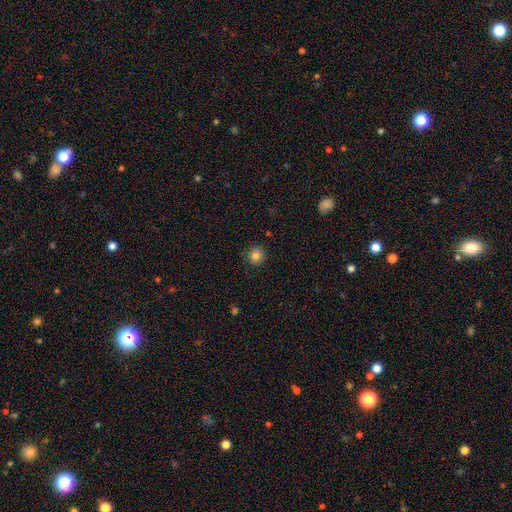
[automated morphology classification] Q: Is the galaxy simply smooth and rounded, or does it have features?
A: smooth — 84%.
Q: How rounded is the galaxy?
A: round — 92%.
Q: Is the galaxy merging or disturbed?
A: none — 90%.